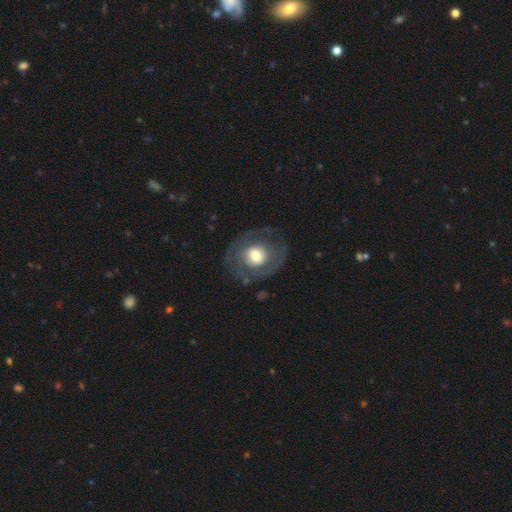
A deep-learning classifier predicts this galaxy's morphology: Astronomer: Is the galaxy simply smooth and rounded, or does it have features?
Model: featured or disk — 47% (runner-up: smooth, 46%).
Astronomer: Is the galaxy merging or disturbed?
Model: none — 70%.